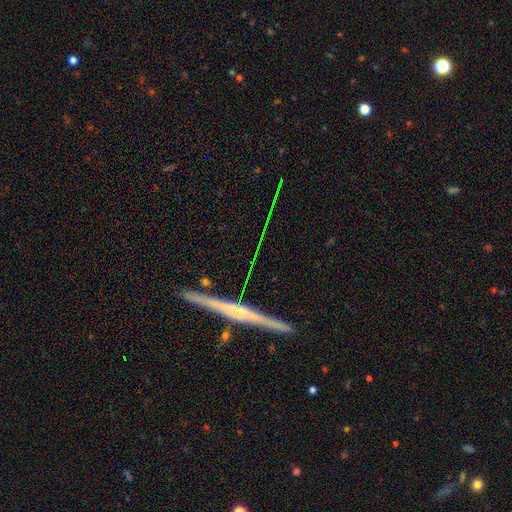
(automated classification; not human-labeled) Smooth or featured? Predicted: featured or disk (p=0.69). Edge-on disk? Predicted: yes (p=0.97). Edge-on bulge? Predicted: rounded (p=0.48). Merging? Predicted: none (p=0.90).